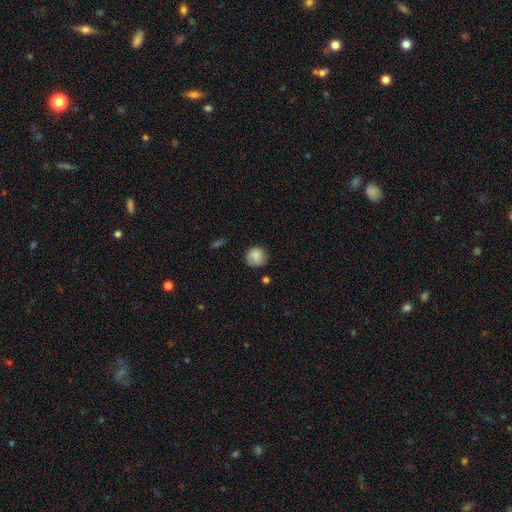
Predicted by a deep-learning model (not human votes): Overall: smooth (81%). How rounded: round (88%). Merging: none (71%).